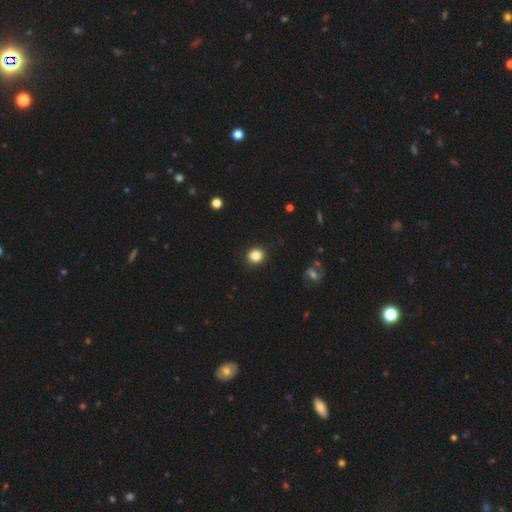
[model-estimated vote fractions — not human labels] A smooth galaxy with no disk features (85%) that is round (81%).

Vote fractions:
- Smooth or featured? smooth: 85% / star or artifact: 10% / featured or disk: 5%
- How rounded? round: 81% / in between: 18% / cigar-shaped: 1%
- Merging? none: 90% / minor disturbance: 7% / major disturbance: 2% / merger: 1%